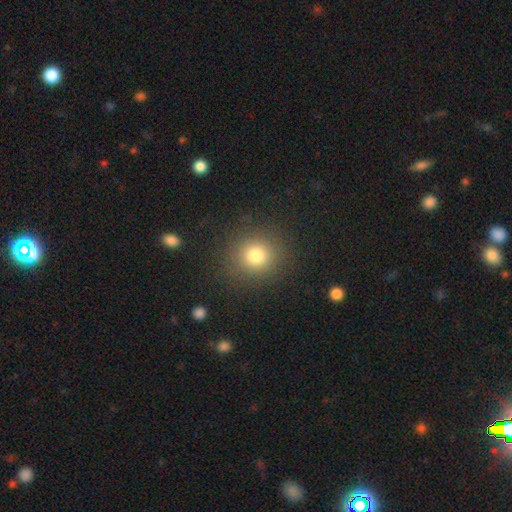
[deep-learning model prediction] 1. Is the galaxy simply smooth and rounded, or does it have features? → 78% smooth, 14% star or artifact, 7% featured or disk.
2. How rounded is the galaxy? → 88% round, 11% in between, 1% cigar-shaped.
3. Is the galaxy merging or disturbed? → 88% none, 7% minor disturbance, 4% major disturbance, 1% merger.